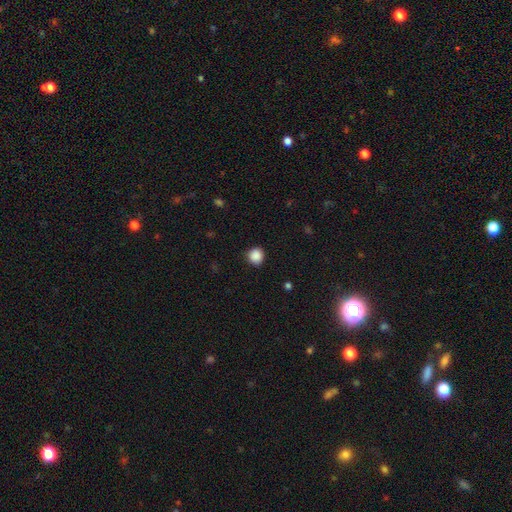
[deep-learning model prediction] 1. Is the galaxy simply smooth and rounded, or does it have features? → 88% smooth, 10% star or artifact, 2% featured or disk.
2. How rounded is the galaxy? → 89% round, 10% in between, 1% cigar-shaped.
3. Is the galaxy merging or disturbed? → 88% none, 9% minor disturbance, 2% major disturbance, 1% merger.